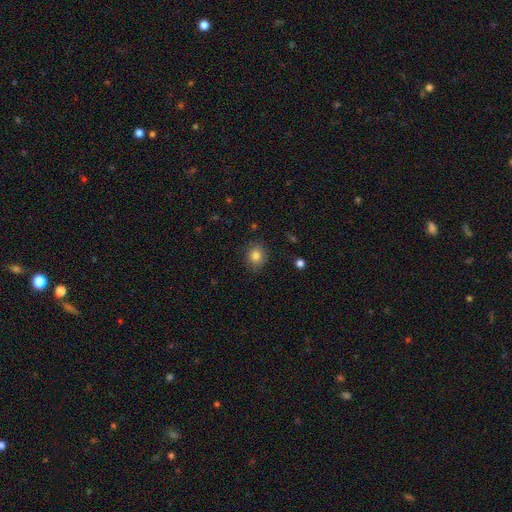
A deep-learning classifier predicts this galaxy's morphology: This appears to be a smooth galaxy with no disk features (83%) that is round (75%). Merging: none (85%).